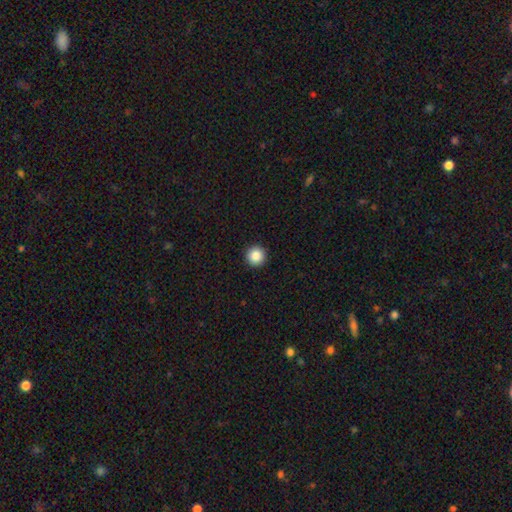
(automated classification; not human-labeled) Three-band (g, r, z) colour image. It shows a smooth galaxy with no disk features (87%) that is round (96%). Merging: none (93%).